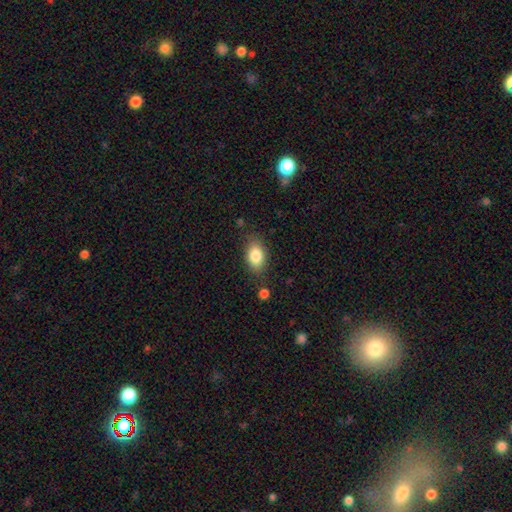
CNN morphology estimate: A smooth galaxy with no disk features (83%) that is in between round and cigar-shaped (87%). Merging: none (79%).